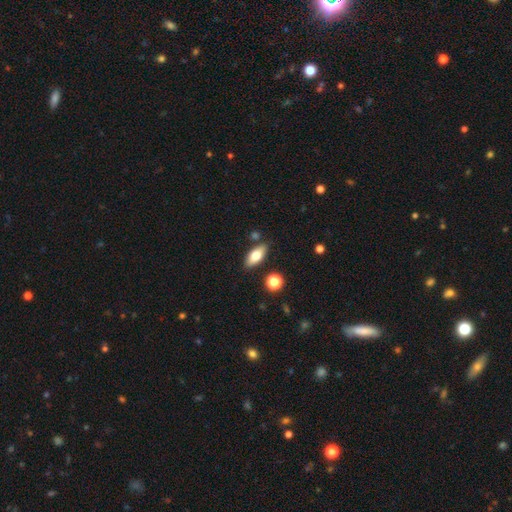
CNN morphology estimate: Smooth or featured: smooth — 72% (featured or disk — 21%)
How rounded: in between — 80% (cigar-shaped — 16%)
Merging: none — 82% (minor disturbance — 11%)